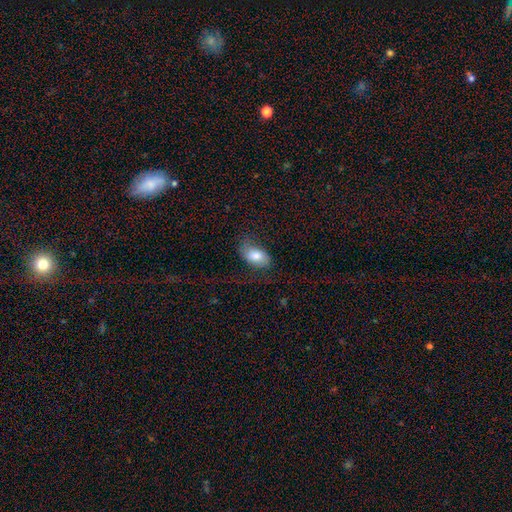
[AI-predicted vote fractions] Smooth or featured? Predicted: smooth (p=0.68). How rounded? Predicted: in between (p=0.91). Merging? Predicted: none (p=0.55).